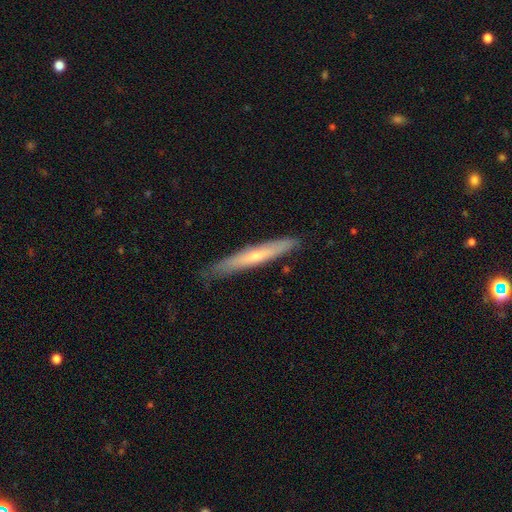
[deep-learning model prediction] Smooth or featured?
  - smooth: 49% *
  - featured or disk: 46%
  - star or artifact: 6%
Merging?
  - none: 83% *
  - minor disturbance: 14%
  - major disturbance: 2%
  - merger: 1%